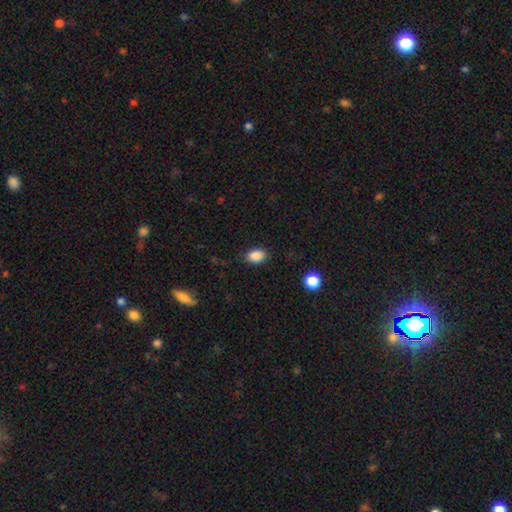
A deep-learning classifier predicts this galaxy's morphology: smooth 88%, star or artifact 9%, featured or disk 3%. Down the decision tree: how rounded — in between (73%); merging — none (84%).